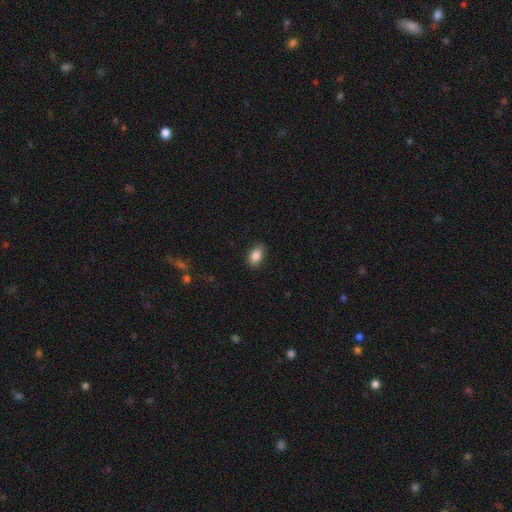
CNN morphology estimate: smooth_or_featured: smooth (p=0.86) [alt: star or artifact p=0.08]
how_rounded: in between (p=0.89) [alt: round p=0.08]
merging: none (p=0.82) [alt: minor disturbance p=0.14]